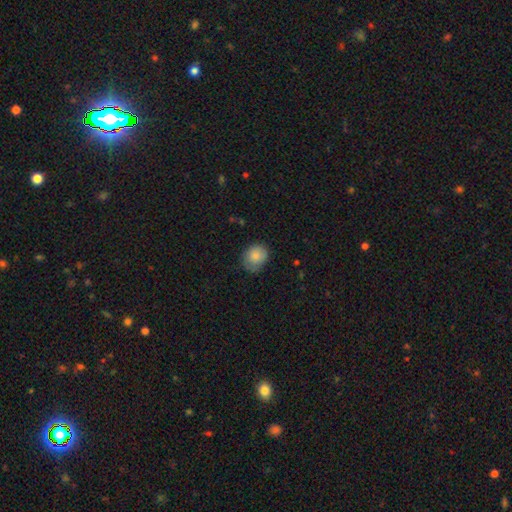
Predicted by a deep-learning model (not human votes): smooth-or-featured: smooth: 81% | featured or disk: 12% | star or artifact: 8%
  how-rounded: round: 66% | in between: 33% | cigar-shaped: 1%
  merging: none: 68% | minor disturbance: 25% | major disturbance: 6% | merger: 1%